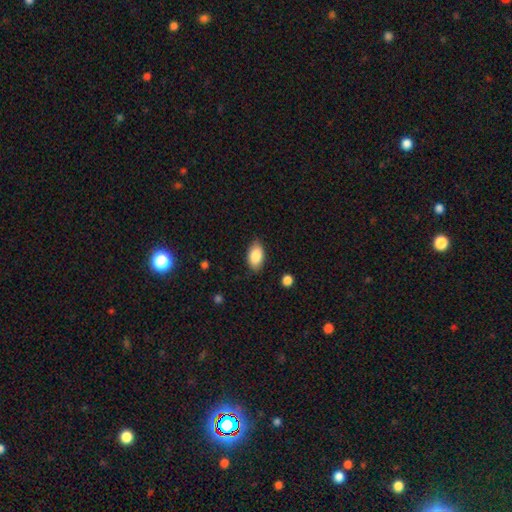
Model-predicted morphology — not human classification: A smooth galaxy with no disk features (85%) that is in between round and cigar-shaped (92%). Merging: none (85%).